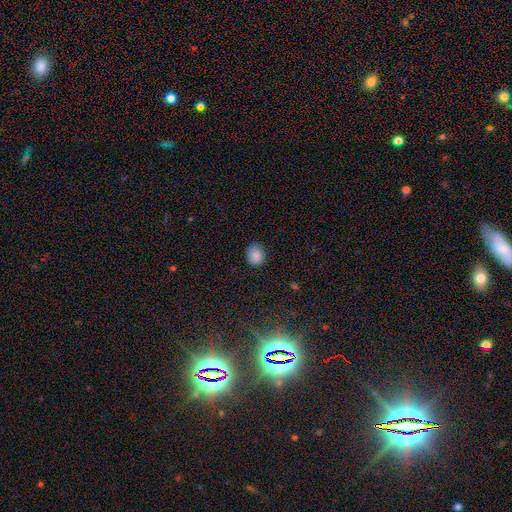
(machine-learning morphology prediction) Smooth or featured? smooth (86%)
How rounded? round (58%)
Merging? none (77%)